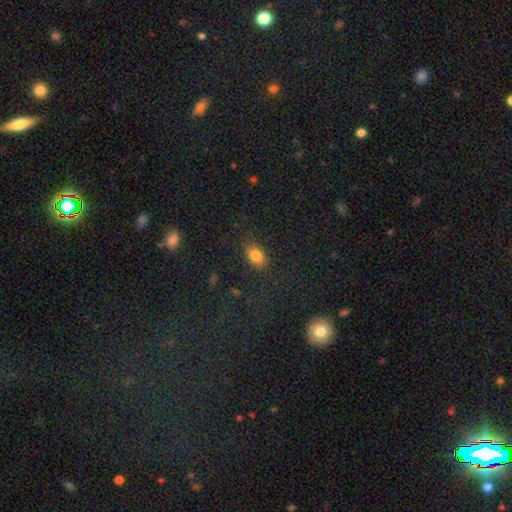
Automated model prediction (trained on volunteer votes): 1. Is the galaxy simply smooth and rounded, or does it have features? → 82% smooth, 11% star or artifact, 8% featured or disk.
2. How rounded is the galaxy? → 82% in between, 15% round, 2% cigar-shaped.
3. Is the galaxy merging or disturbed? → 83% none, 13% minor disturbance, 4% major disturbance, 1% merger.